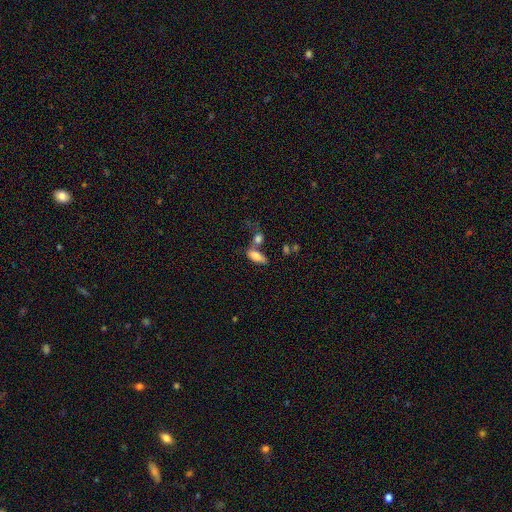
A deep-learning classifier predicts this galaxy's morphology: The model was most divided on "merging": none: 44%, merger: 33%, minor disturbance: 15%, major disturbance: 8%. More confident: how rounded — in between (82%); smooth or featured — smooth (78%).